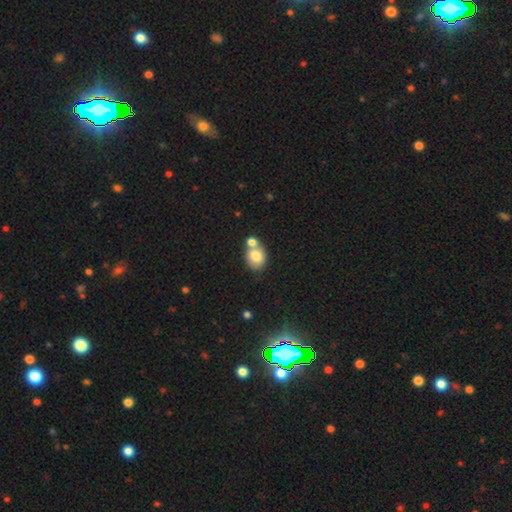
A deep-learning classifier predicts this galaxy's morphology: A smooth galaxy with no disk features (76%) that is in between round and cigar-shaped (54%).

Vote fractions:
- Smooth or featured? smooth: 76% / featured or disk: 15% / star or artifact: 9%
- How rounded? in between: 54% / round: 45% / cigar-shaped: 1%
- Merging? none: 44% / merger: 41% / minor disturbance: 11% / major disturbance: 4%